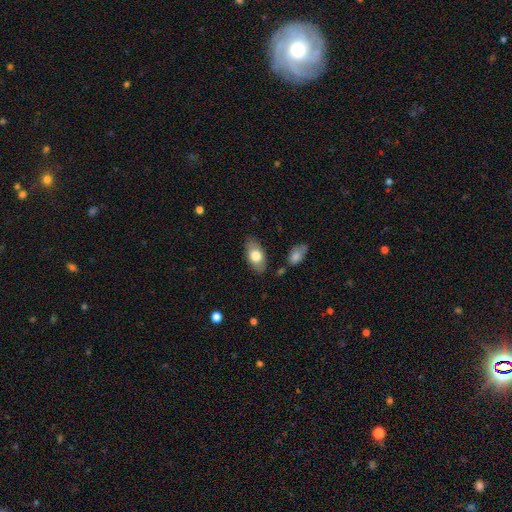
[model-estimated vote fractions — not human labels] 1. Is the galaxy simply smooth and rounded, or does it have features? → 74% smooth, 20% featured or disk, 6% star or artifact.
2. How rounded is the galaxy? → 91% in between, 5% round, 4% cigar-shaped.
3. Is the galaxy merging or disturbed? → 82% none, 12% minor disturbance, 3% major disturbance, 3% merger.